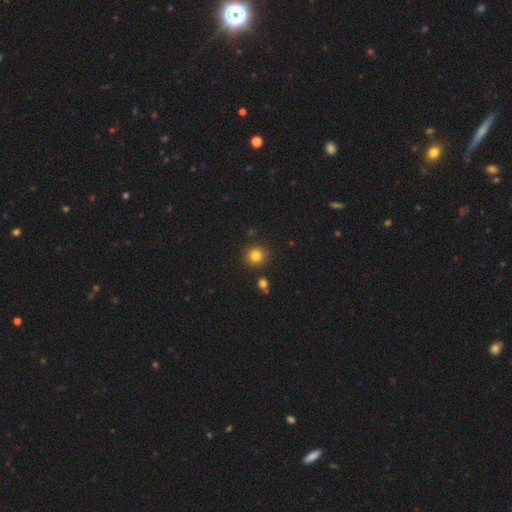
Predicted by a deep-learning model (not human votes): smooth-or-featured: smooth: 82% | star or artifact: 12% | featured or disk: 6%
  how-rounded: round: 90% | in between: 9% | cigar-shaped: 1%
  merging: none: 86% | minor disturbance: 8% | merger: 3% | major disturbance: 2%